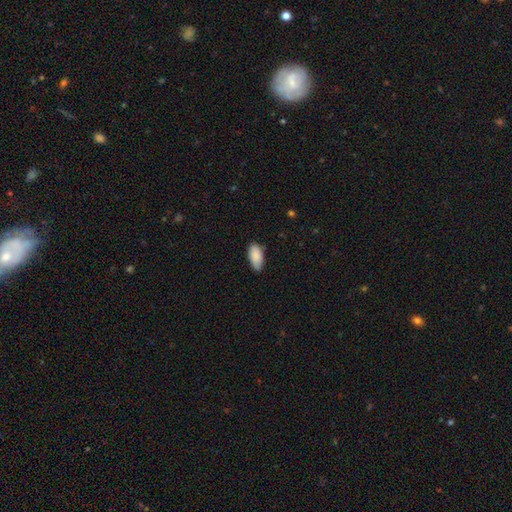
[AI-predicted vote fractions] The model was most divided on "merging": none: 73%, minor disturbance: 23%, major disturbance: 3%, merger: 1%. More confident: how rounded — in between (93%); smooth or featured — smooth (88%).